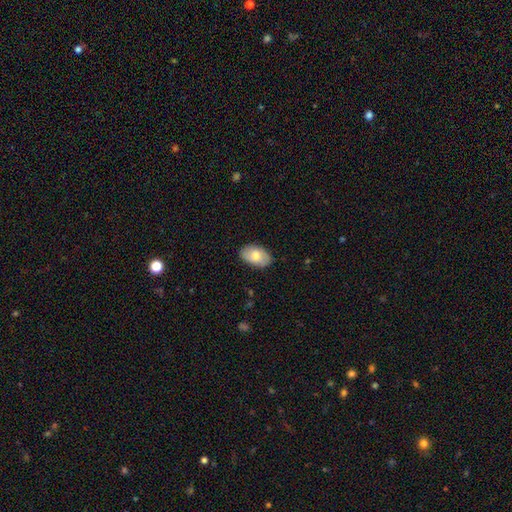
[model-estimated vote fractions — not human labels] A smooth galaxy with no disk features (74%) that is in between round and cigar-shaped (92%).

Vote fractions:
- Smooth or featured? smooth: 74% / featured or disk: 20% / star or artifact: 6%
- How rounded? in between: 92% / round: 7% / cigar-shaped: 1%
- Merging? none: 84% / minor disturbance: 13% / major disturbance: 2% / merger: 1%